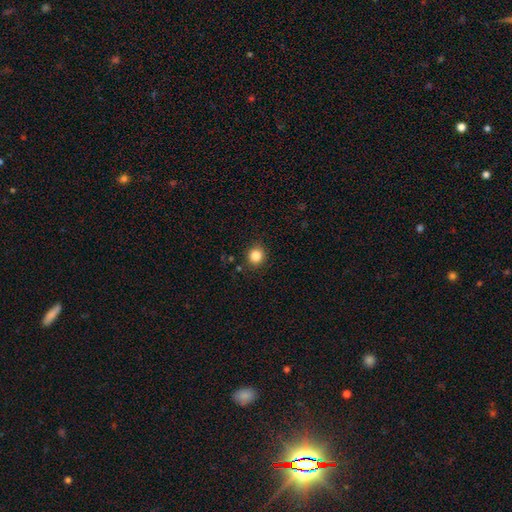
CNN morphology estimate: Smooth or featured? smooth (86%)
How rounded? round (86%)
Merging? none (87%)